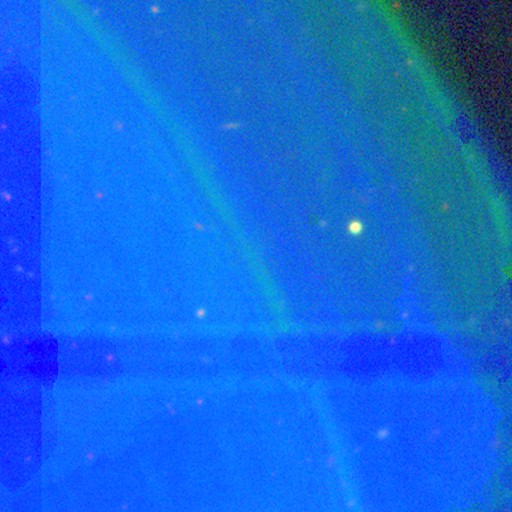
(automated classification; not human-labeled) Morphology: type=star or artifact (80%).